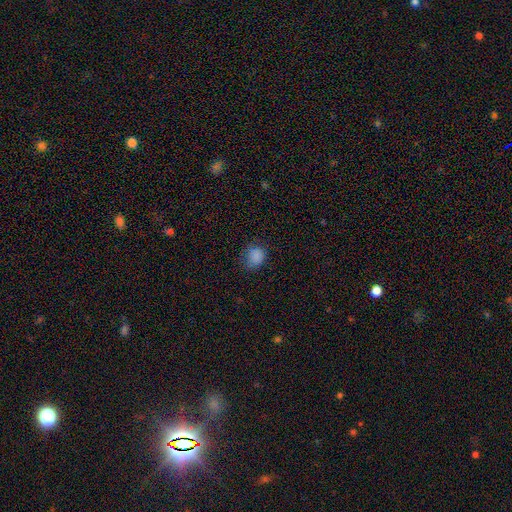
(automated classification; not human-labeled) This appears to be a smooth galaxy with no disk features (84%) that is round (62%). Merging: none (65%).